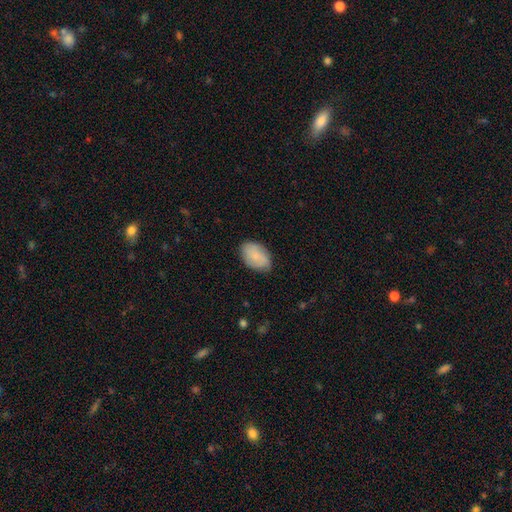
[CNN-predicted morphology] The model was most divided on "smooth or featured": smooth: 71%, featured or disk: 23%, star or artifact: 7%. More confident: how rounded — in between (90%); merging — none (79%).